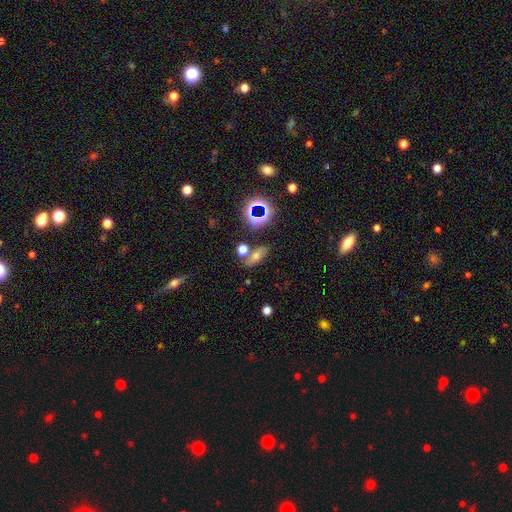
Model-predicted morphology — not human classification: smooth_or_featured: smooth (p=0.44) [alt: featured or disk p=0.28]
merging: none (p=0.69) [alt: minor disturbance p=0.14]